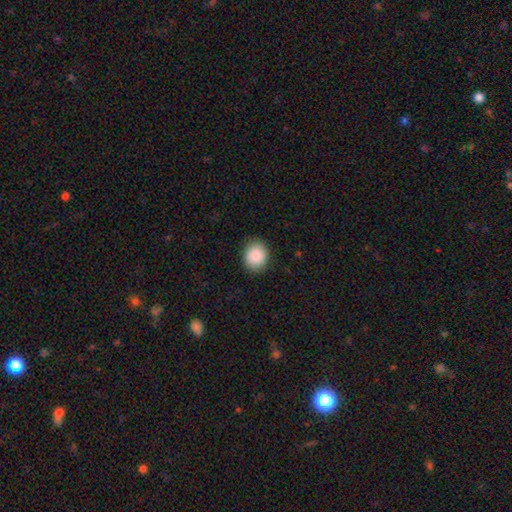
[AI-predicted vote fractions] This appears to be a smooth galaxy with no disk features (88%) that is round (72%). Merging: none (88%).